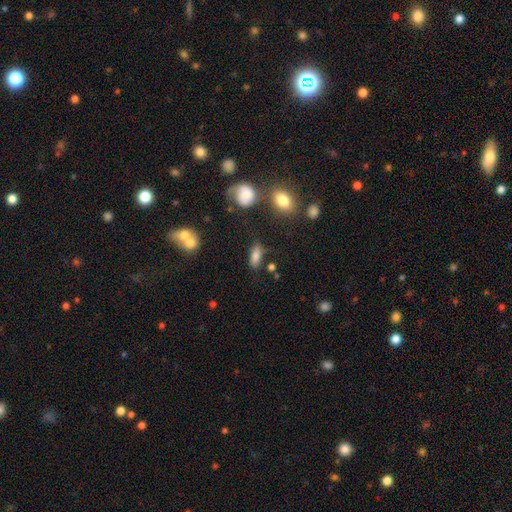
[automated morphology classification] This is likely a smooth galaxy (77%). How rounded: likely in between (77%). Merging: likely none (71%).